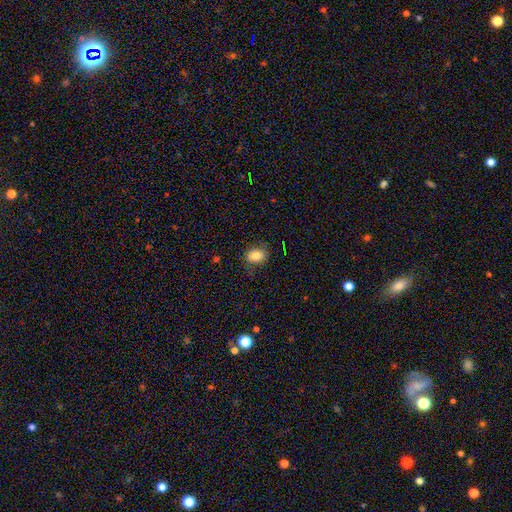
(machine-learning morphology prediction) smooth_or_featured: smooth (p=0.83) [alt: star or artifact p=0.10]
how_rounded: in between (p=0.66) [alt: round p=0.33]
merging: none (p=0.80) [alt: minor disturbance p=0.15]